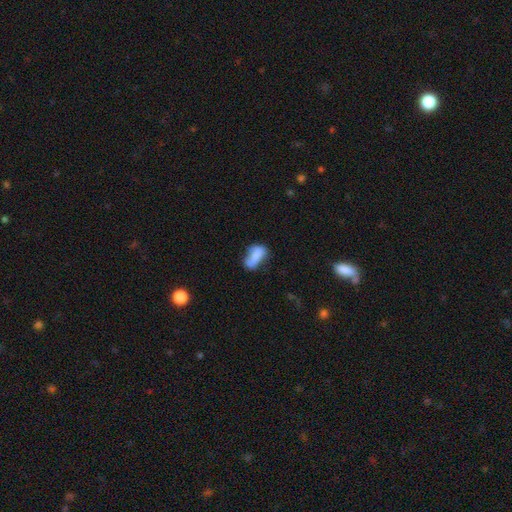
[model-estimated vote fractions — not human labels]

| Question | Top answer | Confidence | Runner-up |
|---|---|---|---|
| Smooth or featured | smooth | 74% | featured or disk (17%) |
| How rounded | in between | 84% | cigar-shaped (12%) |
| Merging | none | 45% | minor disturbance (31%) |